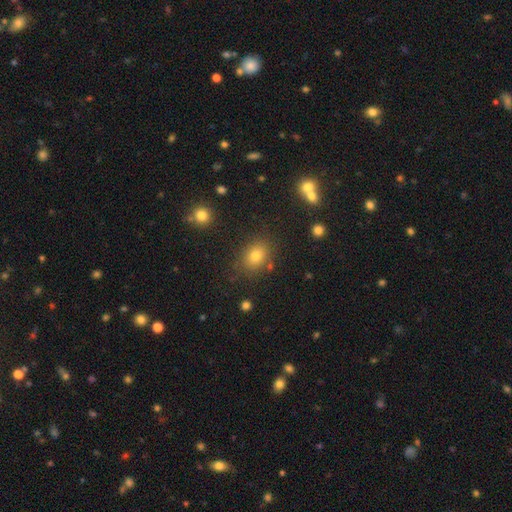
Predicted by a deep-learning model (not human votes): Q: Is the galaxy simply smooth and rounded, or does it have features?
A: smooth — 76%.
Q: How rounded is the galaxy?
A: in between — 59%.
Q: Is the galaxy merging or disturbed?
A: none — 80%.